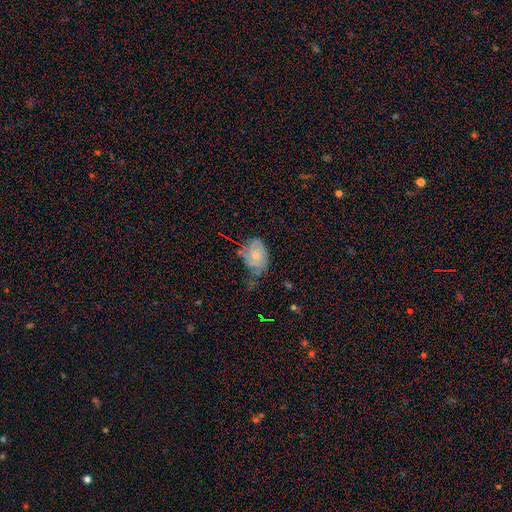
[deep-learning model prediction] A smooth galaxy with no disk features (48%). Merging: minor disturbance (37%).